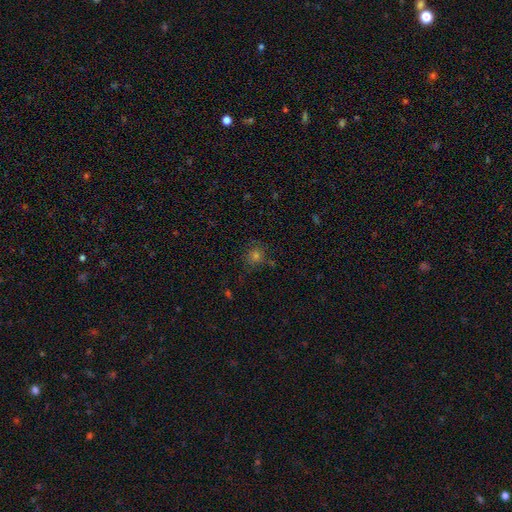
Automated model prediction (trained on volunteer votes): smooth 58%, star or artifact 30%, featured or disk 11%. Down the decision tree: how rounded — round (88%); merging — none (78%).